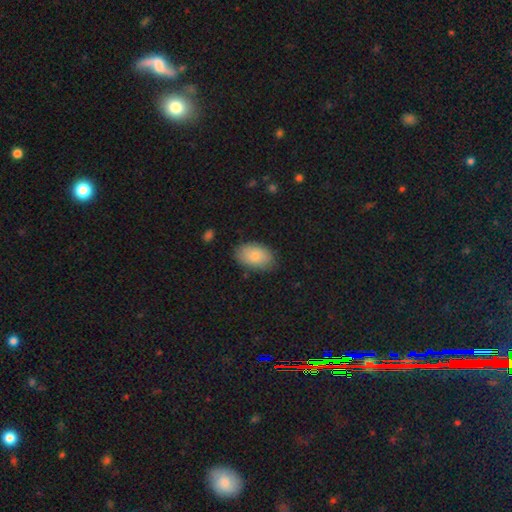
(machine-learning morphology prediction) smooth_or_featured: smooth (p=0.84) [alt: featured or disk p=0.09]
how_rounded: in between (p=0.92) [alt: round p=0.07]
merging: none (p=0.81) [alt: minor disturbance p=0.14]